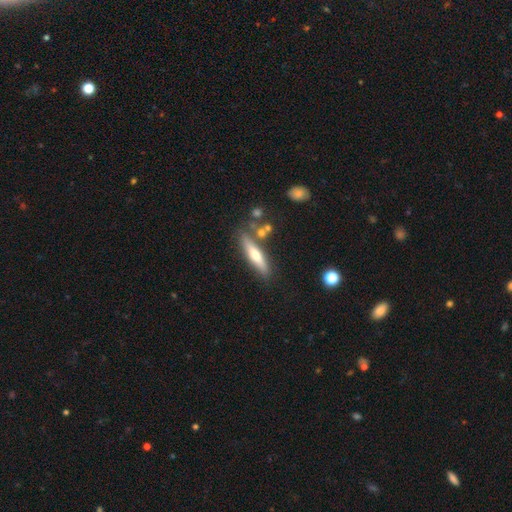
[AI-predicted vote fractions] A featured or disk galaxy (49%). Merging: none (77%).